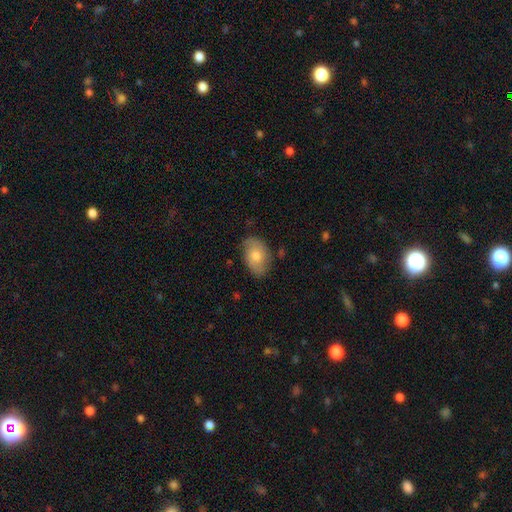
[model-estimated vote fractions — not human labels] This appears to be a smooth galaxy with no disk features (58%) that is in between round and cigar-shaped (84%). Merging: none (77%).